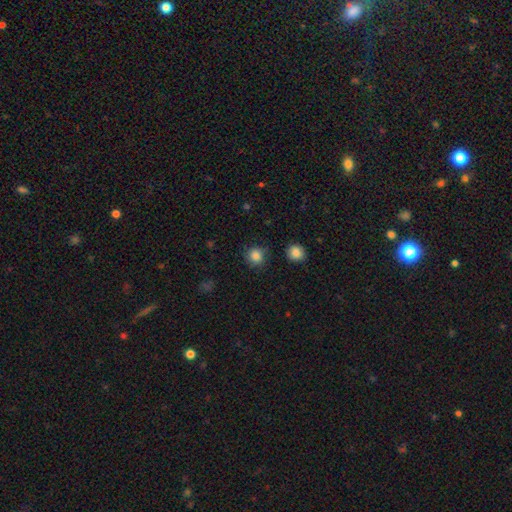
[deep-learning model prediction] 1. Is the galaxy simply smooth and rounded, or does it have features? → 86% smooth, 10% star or artifact, 4% featured or disk.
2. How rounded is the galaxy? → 90% round, 9% in between, 1% cigar-shaped.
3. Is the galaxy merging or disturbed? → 84% none, 10% minor disturbance, 3% major disturbance, 2% merger.